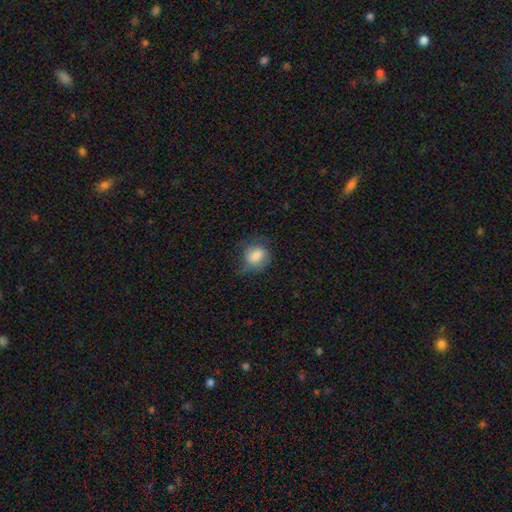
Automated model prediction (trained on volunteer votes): This is likely a smooth galaxy (76%). How rounded: possibly round (56%). Merging: possibly none (55%).